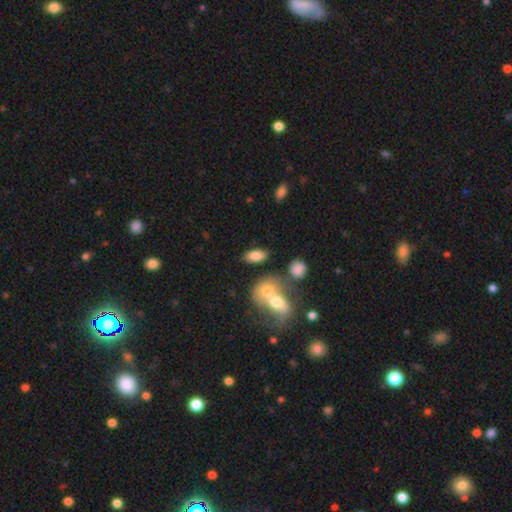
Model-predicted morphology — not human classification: The model was most divided on "merging": none: 67%, merger: 18%, minor disturbance: 11%, major disturbance: 4%. More confident: how rounded — in between (89%); smooth or featured — smooth (79%).